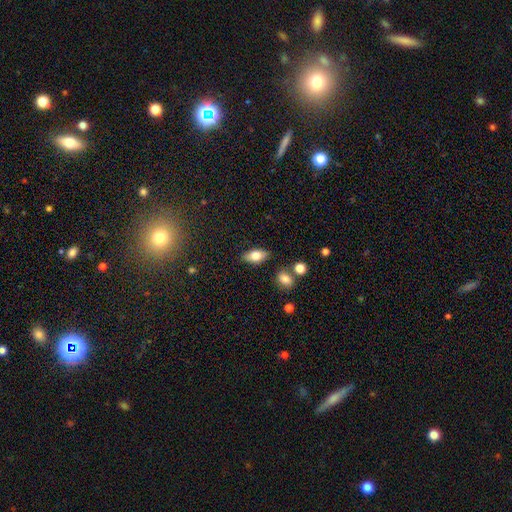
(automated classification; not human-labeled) Smooth or featured?
  - smooth: 74% *
  - featured or disk: 18%
  - star or artifact: 8%
How rounded?
  - in between: 87% *
  - cigar-shaped: 7%
  - round: 6%
Merging?
  - none: 84% *
  - minor disturbance: 10%
  - merger: 3%
  - major disturbance: 3%